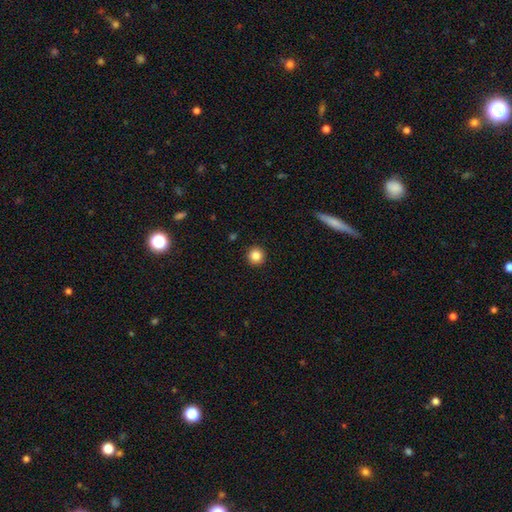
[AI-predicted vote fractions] This is clearly a smooth galaxy (86%). How rounded: clearly round (95%). Merging: clearly none (93%).